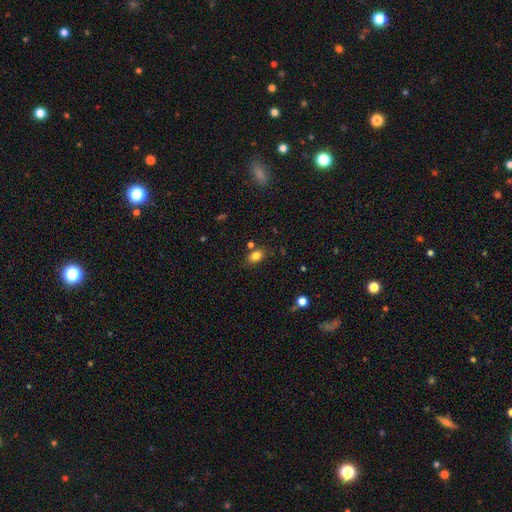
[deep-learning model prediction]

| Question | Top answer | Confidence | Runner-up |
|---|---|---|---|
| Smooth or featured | smooth | 82% | star or artifact (11%) |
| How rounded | in between | 76% | round (22%) |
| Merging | none | 73% | minor disturbance (14%) |